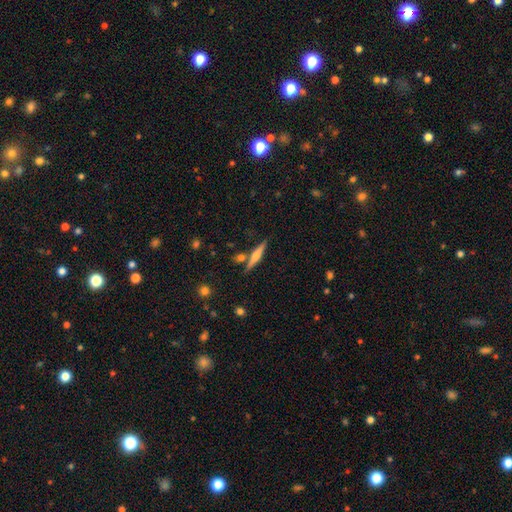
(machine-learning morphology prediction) Q: Smooth or featured?
A: featured or disk (59%); runner-up: smooth (34%)
Q: Edge-on disk?
A: yes (97%); runner-up: no (3%)
Q: Edge-on bulge?
A: rounded (83%); runner-up: none (9%)
Q: Merging?
A: none (78%); runner-up: merger (10%)